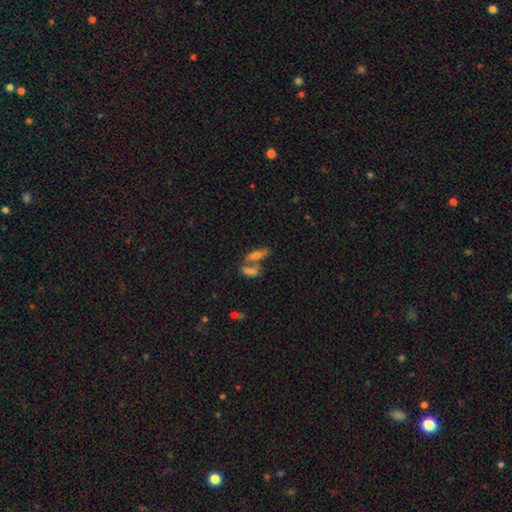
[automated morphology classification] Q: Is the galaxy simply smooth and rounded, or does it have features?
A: smooth — 64%.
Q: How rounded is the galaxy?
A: in between — 58%.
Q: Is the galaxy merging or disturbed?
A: merger — 46%.